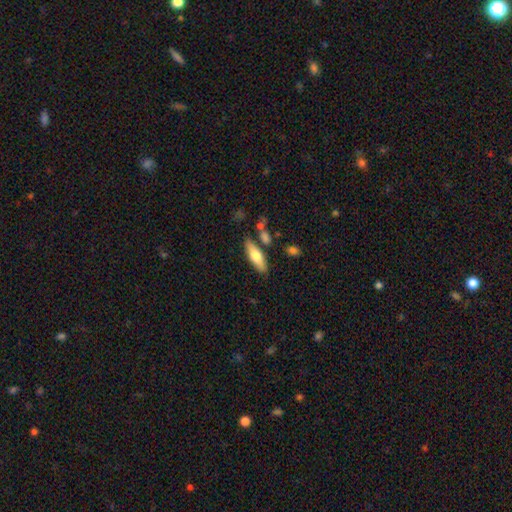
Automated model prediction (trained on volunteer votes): Overall: smooth (65%; featured or disk 29%). How rounded: in between (55%; cigar-shaped 43%). Merging: none (79%).